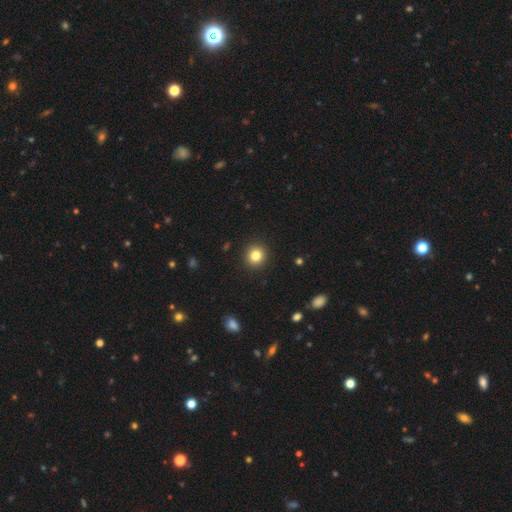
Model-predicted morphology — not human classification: The model was most divided on "smooth or featured": smooth: 83%, star or artifact: 11%, featured or disk: 6%. More confident: merging — none (92%); how rounded — round (90%).